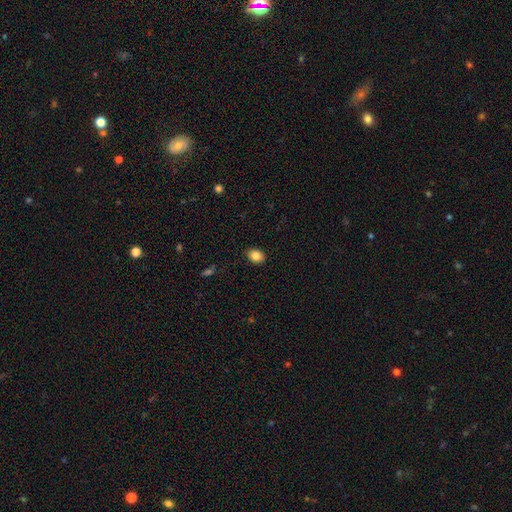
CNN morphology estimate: Smooth or featured: smooth — 85% (star or artifact — 9%)
How rounded: in between — 63% (round — 36%)
Merging: none — 89% (minor disturbance — 8%)